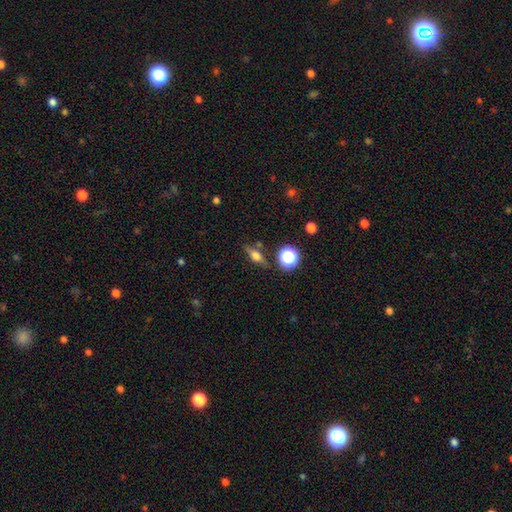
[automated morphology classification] Overall: smooth (52%; featured or disk 34%). How rounded: in between (48%; cigar-shaped 29%). Merging: none (78%).